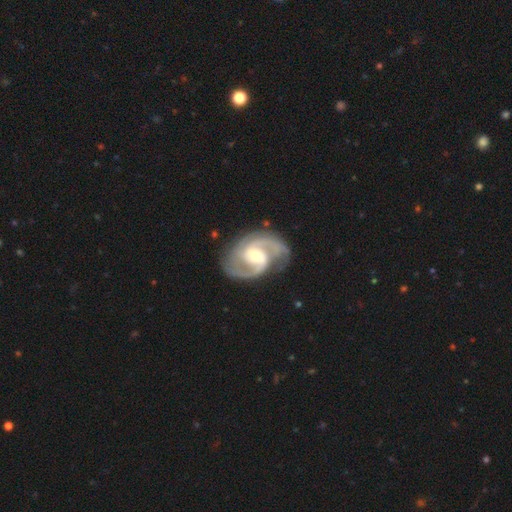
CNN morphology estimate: smooth_or_featured: featured or disk (p=0.92) [alt: star or artifact p=0.04]
disk_edge_on: no (p=0.98) [alt: yes p=0.02]
bar: weak (p=0.50) [alt: no p=0.28]
has_spiral_arms: yes (p=0.98) [alt: no p=0.02]
spiral_winding: medium (p=0.58) [alt: tight p=0.29]
spiral_arm_count: 2 (p=0.83) [alt: 3 p=0.09]
bulge_size: moderate (p=0.59) [alt: small p=0.35]
merging: none (p=0.76) [alt: minor disturbance p=0.16]